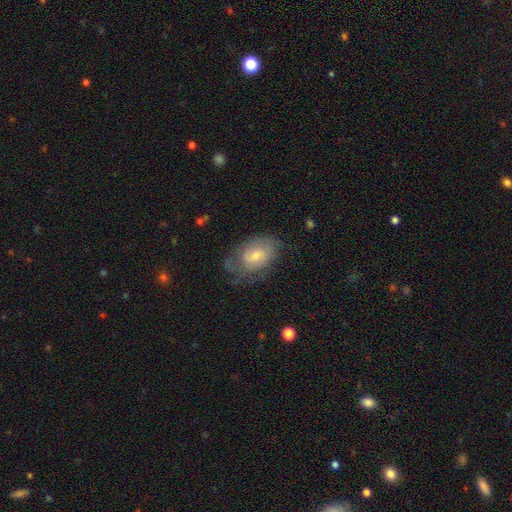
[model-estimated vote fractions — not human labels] Q: Smooth or featured?
A: featured or disk (48%); runner-up: smooth (45%)
Q: Merging?
A: none (50%); runner-up: minor disturbance (29%)